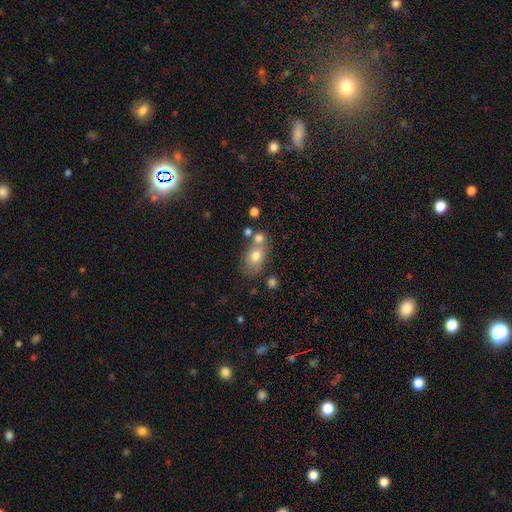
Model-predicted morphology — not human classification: Smooth or featured: smooth — 73% (featured or disk — 18%)
How rounded: in between — 71% (round — 27%)
Merging: none — 45% (merger — 33%)